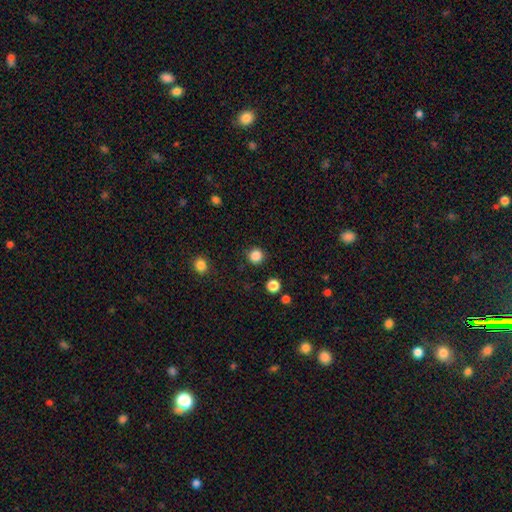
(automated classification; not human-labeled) Q: Smooth or featured?
A: smooth (85%); runner-up: star or artifact (12%)
Q: How rounded?
A: round (94%); runner-up: in between (5%)
Q: Merging?
A: none (89%); runner-up: minor disturbance (7%)